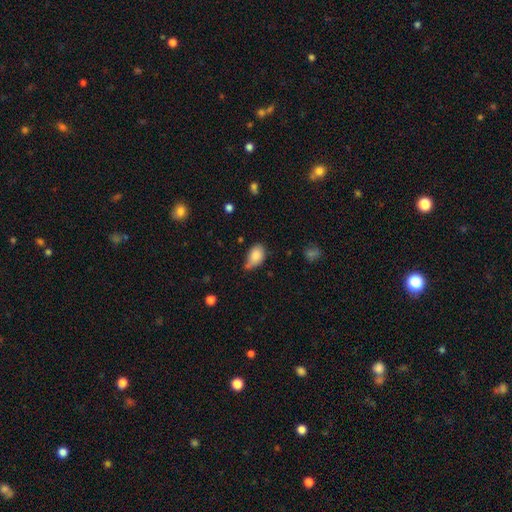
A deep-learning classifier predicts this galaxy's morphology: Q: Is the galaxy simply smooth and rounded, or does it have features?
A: smooth — 84%.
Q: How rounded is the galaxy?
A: in between — 85%.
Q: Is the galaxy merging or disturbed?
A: none — 46%.